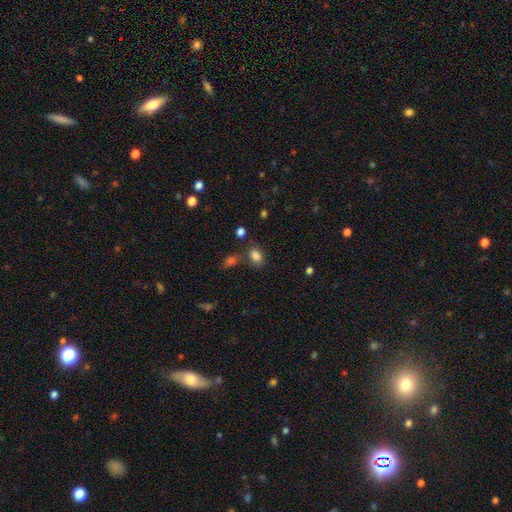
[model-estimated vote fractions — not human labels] Q: Smooth or featured?
A: smooth (84%); runner-up: star or artifact (11%)
Q: How rounded?
A: in between (84%); runner-up: round (15%)
Q: Merging?
A: none (68%); runner-up: minor disturbance (15%)